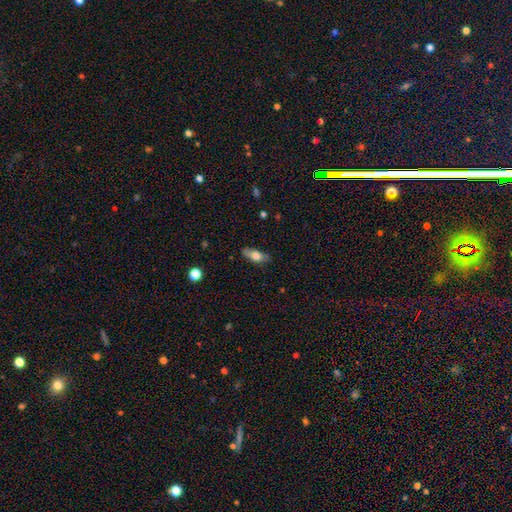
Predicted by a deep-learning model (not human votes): Q: Smooth or featured?
A: smooth (67%); runner-up: featured or disk (26%)
Q: How rounded?
A: in between (74%); runner-up: cigar-shaped (22%)
Q: Merging?
A: none (79%); runner-up: minor disturbance (16%)